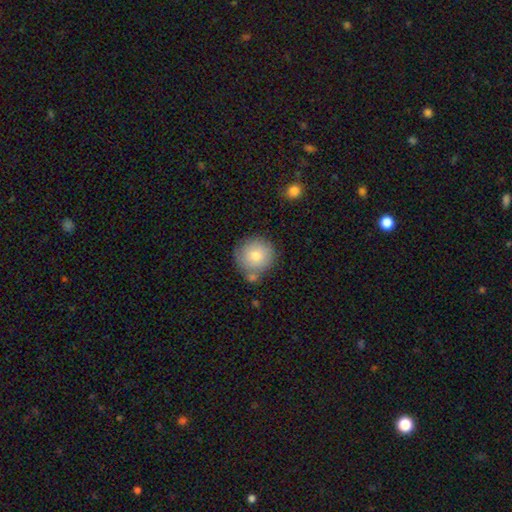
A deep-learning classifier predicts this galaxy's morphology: Smooth or featured: smooth — 78% (featured or disk — 14%)
How rounded: round — 94% (in between — 5%)
Merging: none — 70% (minor disturbance — 14%)